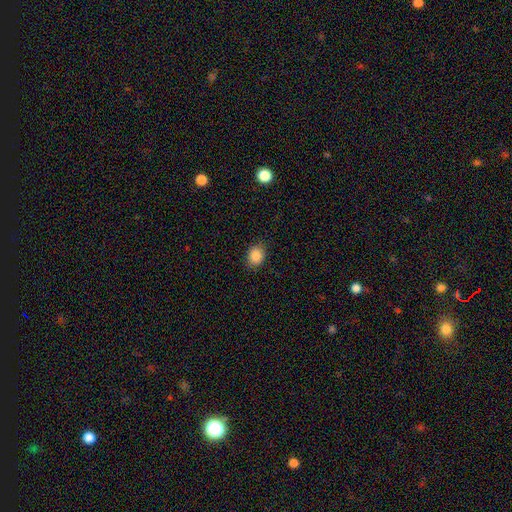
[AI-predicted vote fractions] smooth_or_featured: smooth (p=0.87) [alt: star or artifact p=0.09]
how_rounded: in between (p=0.55) [alt: round p=0.44]
merging: none (p=0.84) [alt: minor disturbance p=0.12]